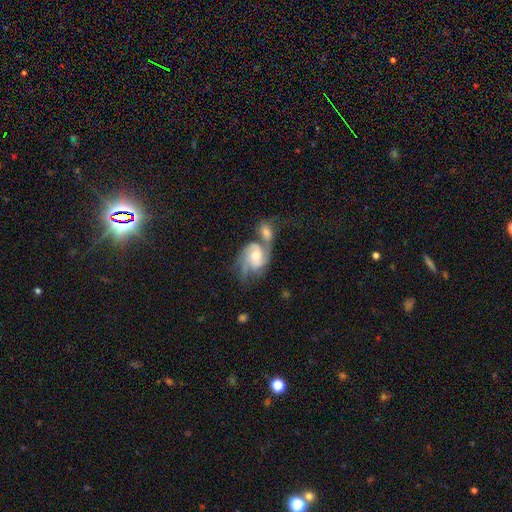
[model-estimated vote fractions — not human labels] Morphology: type=featured or disk (83%); edge-on=no (97%); bar=no (59%); spiral arms=yes (95%); winding=medium (46%); arm count=2 (52%); bulge=moderate (63%); merging=merger (55%).